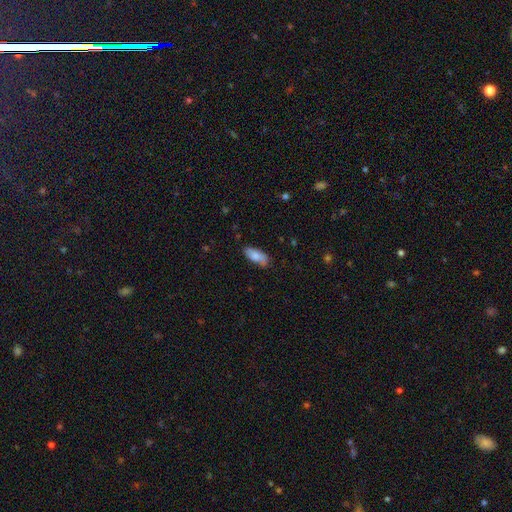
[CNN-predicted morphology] Smooth or featured? smooth (81%)
How rounded? in between (80%)
Merging? none (75%)